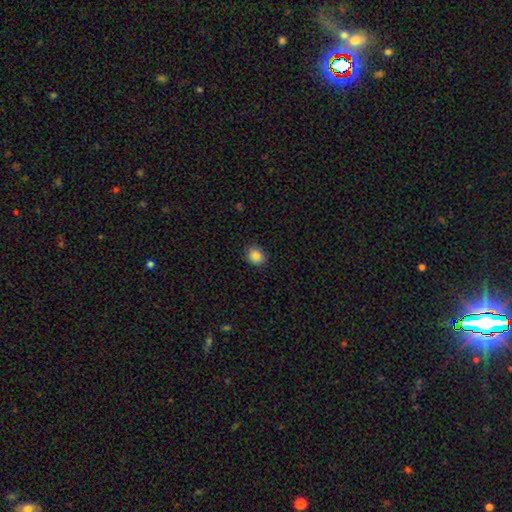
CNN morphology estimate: Q: Smooth or featured?
A: smooth (86%); runner-up: star or artifact (9%)
Q: How rounded?
A: round (71%); runner-up: in between (28%)
Q: Merging?
A: none (89%); runner-up: minor disturbance (8%)